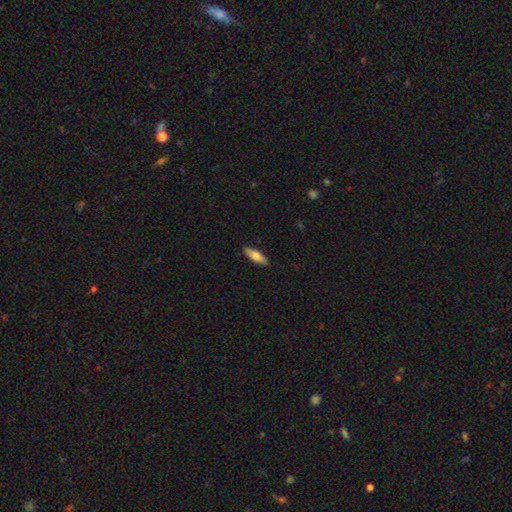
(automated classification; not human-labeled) smooth_or_featured: smooth (p=0.74) [alt: featured or disk p=0.20]
how_rounded: in between (p=0.51) [alt: cigar-shaped p=0.47]
merging: none (p=0.89) [alt: minor disturbance p=0.08]